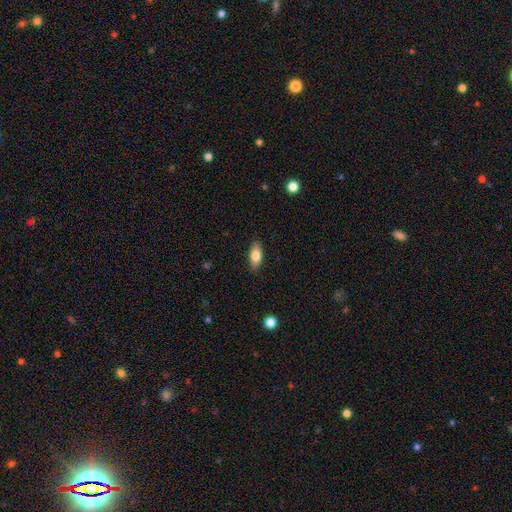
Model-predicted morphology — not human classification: A smooth galaxy with no disk features (76%) that is in between round and cigar-shaped (82%). Merging: none (87%).